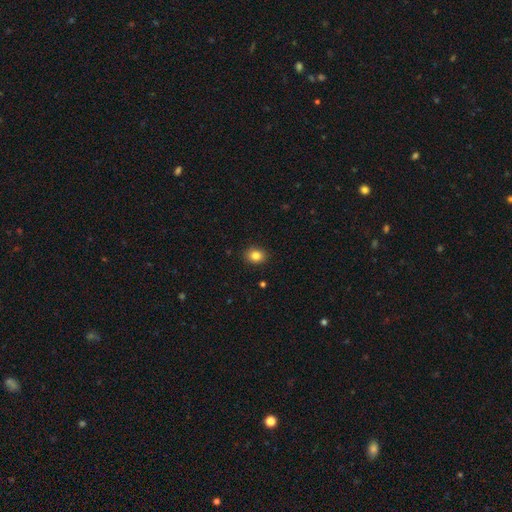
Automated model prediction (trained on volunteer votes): A smooth galaxy with no disk features (84%) that is round (52%).

Vote fractions:
- Smooth or featured? smooth: 84% / star or artifact: 10% / featured or disk: 6%
- How rounded? round: 52% / in between: 47% / cigar-shaped: 1%
- Merging? none: 89% / minor disturbance: 8% / major disturbance: 2% / merger: 1%